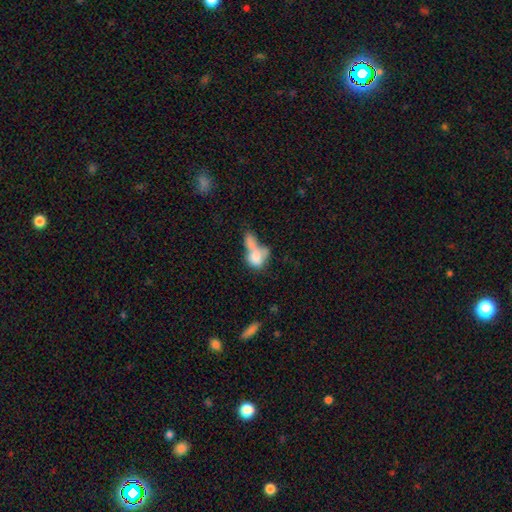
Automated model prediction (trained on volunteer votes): This is likely a smooth galaxy (69%). How rounded: likely in between (74%). Merging: likely merger (67%).